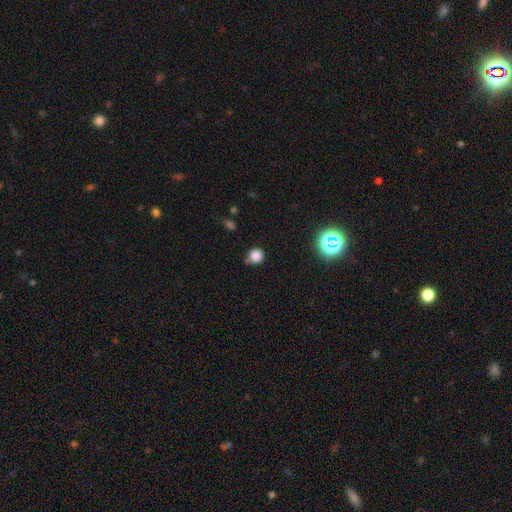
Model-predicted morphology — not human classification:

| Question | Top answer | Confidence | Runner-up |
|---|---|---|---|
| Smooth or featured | smooth | 81% | star or artifact (14%) |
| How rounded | round | 90% | in between (9%) |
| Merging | none | 70% | minor disturbance (19%) |